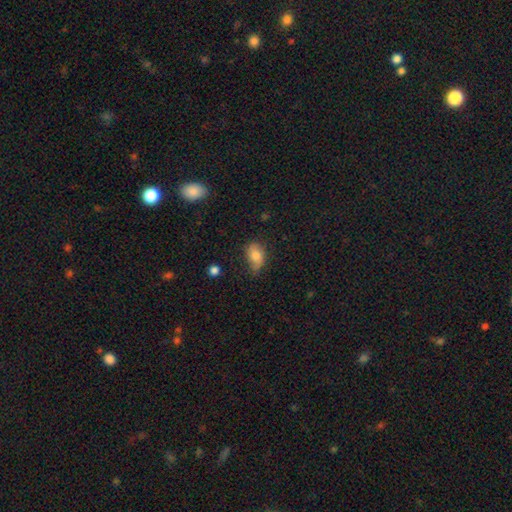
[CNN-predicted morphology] smooth-or-featured: smooth: 77% | featured or disk: 15% | star or artifact: 9%
  how-rounded: in between: 83% | round: 15% | cigar-shaped: 2%
  merging: none: 50% | minor disturbance: 38% | major disturbance: 10% | merger: 2%